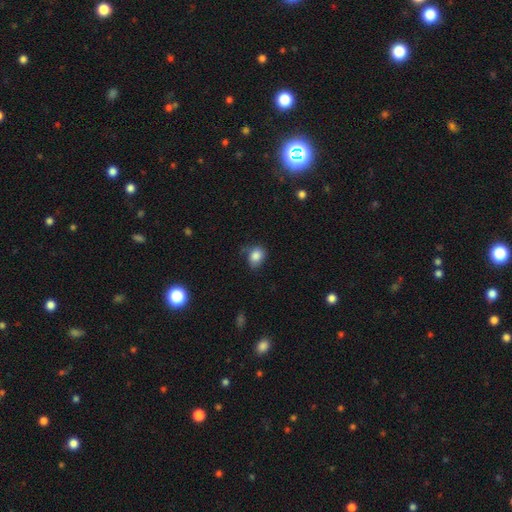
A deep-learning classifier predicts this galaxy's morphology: Smooth or featured? Predicted: smooth (p=0.85). How rounded? Predicted: in between (p=0.57). Merging? Predicted: none (p=0.59).